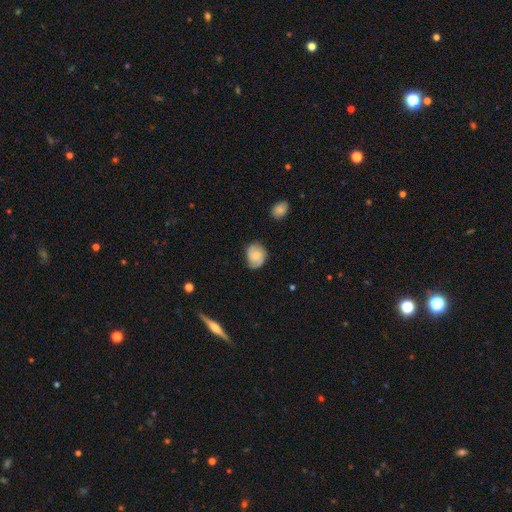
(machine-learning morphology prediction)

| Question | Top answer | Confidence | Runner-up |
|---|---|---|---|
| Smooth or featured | smooth | 63% | featured or disk (29%) |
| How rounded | round | 57% | in between (42%) |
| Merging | none | 68% | minor disturbance (25%) |